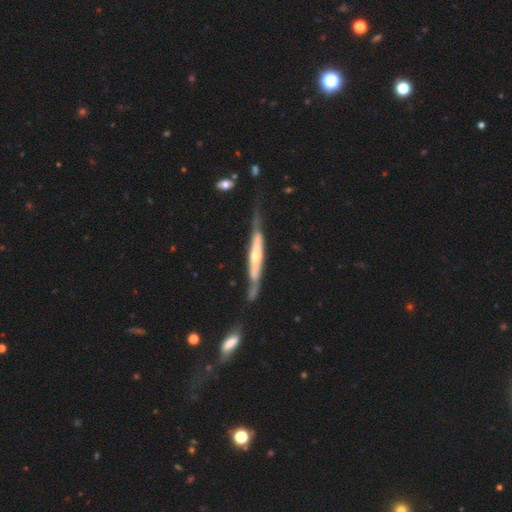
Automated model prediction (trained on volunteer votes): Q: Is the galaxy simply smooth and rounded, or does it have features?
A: featured or disk — 73%.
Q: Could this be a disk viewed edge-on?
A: yes — 82%.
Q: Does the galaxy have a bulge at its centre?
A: rounded — 58%.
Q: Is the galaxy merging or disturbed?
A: none — 55%.